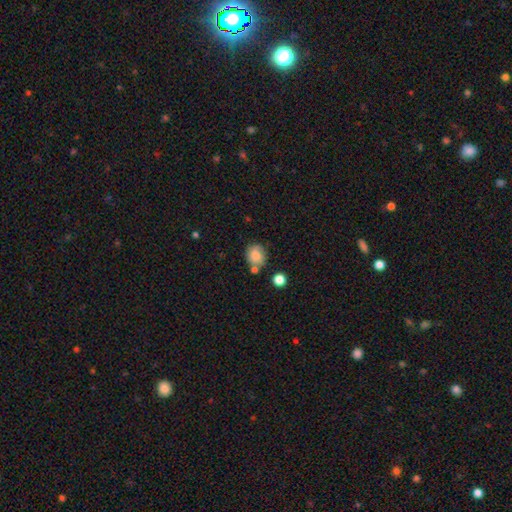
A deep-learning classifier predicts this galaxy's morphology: Smooth or featured?
  - smooth: 76% *
  - featured or disk: 13%
  - star or artifact: 10%
How rounded?
  - round: 66% *
  - in between: 33%
  - cigar-shaped: 1%
Merging?
  - none: 60% *
  - minor disturbance: 21%
  - merger: 13%
  - major disturbance: 6%